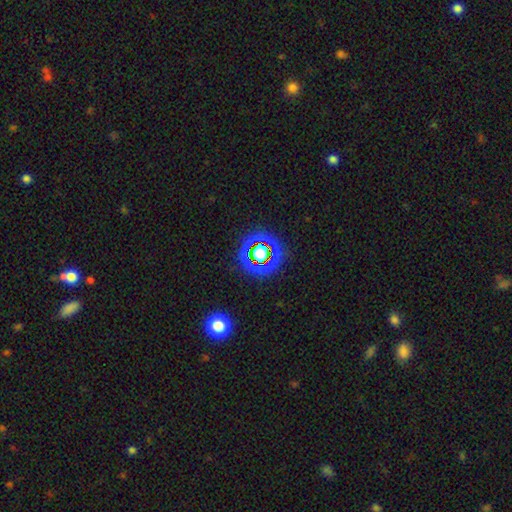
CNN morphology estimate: type=star or artifact (73%).